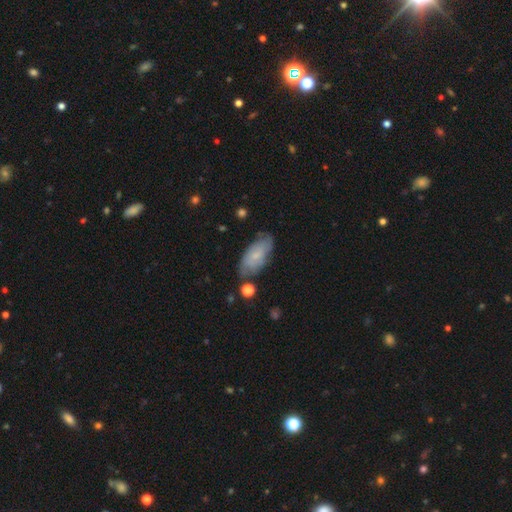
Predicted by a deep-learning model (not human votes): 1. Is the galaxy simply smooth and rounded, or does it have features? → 55% smooth, 38% featured or disk, 7% star or artifact.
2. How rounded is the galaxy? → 88% in between, 10% cigar-shaped, 3% round.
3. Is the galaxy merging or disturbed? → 68% none, 23% minor disturbance, 6% major disturbance, 4% merger.